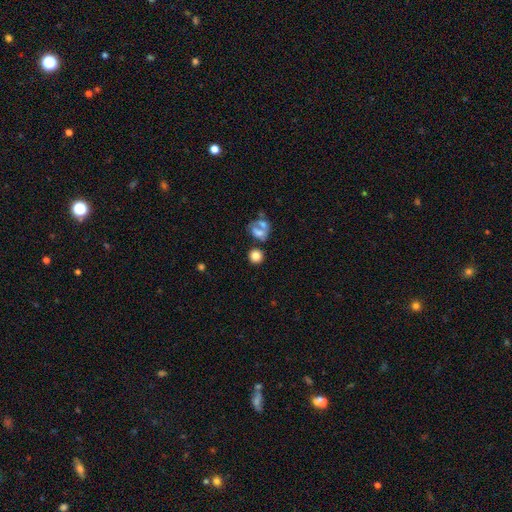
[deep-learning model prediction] Smooth or featured?
  - smooth: 78% *
  - star or artifact: 11%
  - featured or disk: 11%
How rounded?
  - round: 86% *
  - in between: 12%
  - cigar-shaped: 1%
Merging?
  - none: 65% *
  - merger: 20%
  - minor disturbance: 10%
  - major disturbance: 5%